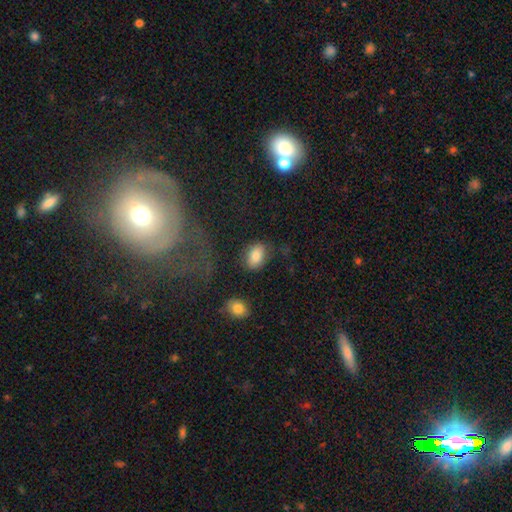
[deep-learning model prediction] Smooth or featured? smooth (82%)
How rounded? in between (80%)
Merging? none (70%)